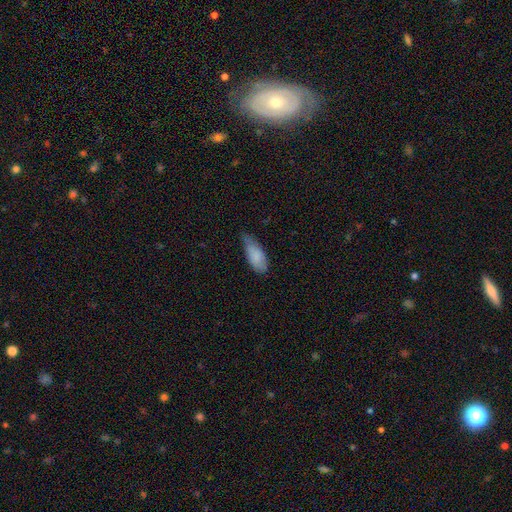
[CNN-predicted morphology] This is clearly a smooth galaxy (84%). How rounded: clearly in between (84%). Merging: possibly minor disturbance (51%).